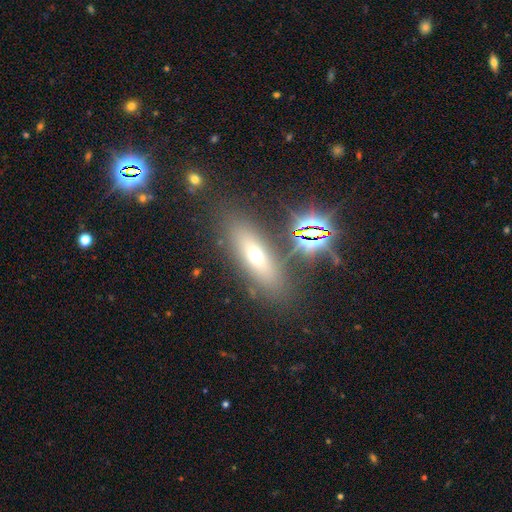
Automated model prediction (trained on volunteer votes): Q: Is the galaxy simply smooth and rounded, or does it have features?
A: smooth — 47%.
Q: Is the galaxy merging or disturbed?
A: none — 79%.